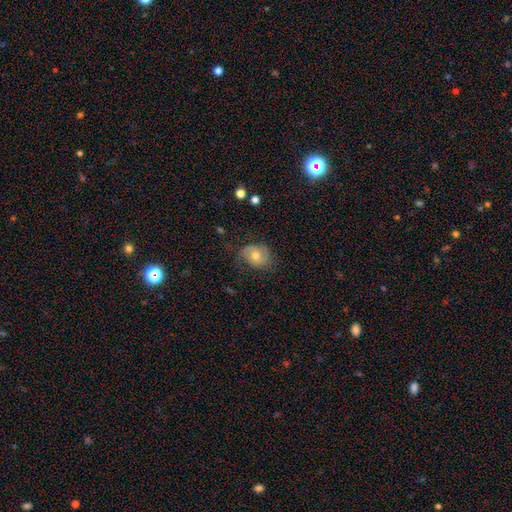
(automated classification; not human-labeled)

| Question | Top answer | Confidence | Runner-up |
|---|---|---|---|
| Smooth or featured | smooth | 51% | featured or disk (38%) |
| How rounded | in between | 53% | round (46%) |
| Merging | none | 63% | minor disturbance (25%) |